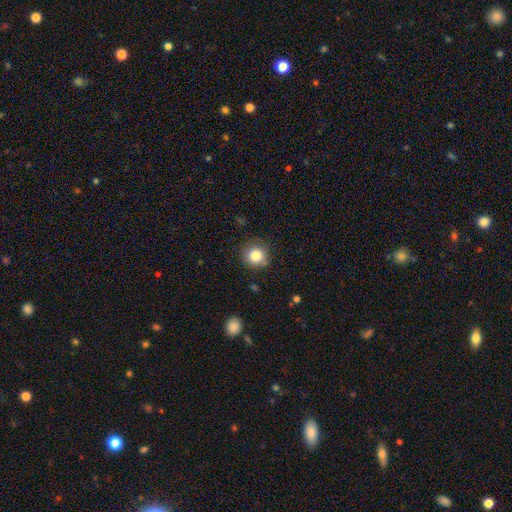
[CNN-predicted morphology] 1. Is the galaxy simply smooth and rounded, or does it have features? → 85% smooth, 10% star or artifact, 5% featured or disk.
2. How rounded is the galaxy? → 91% round, 8% in between, 1% cigar-shaped.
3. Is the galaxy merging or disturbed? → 83% none, 13% minor disturbance, 3% major disturbance, 2% merger.